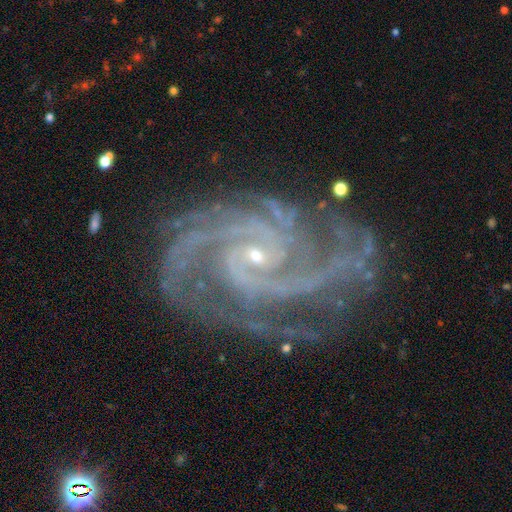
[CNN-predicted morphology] Smooth or featured? featured or disk (93%)
Edge-on disk? no (98%)
Bar? no (57%)
Spiral arms? yes (99%)
Spiral winding? tight (55%)
Spiral arm count? 2 (32%)
Bulge size? small (85%)
Merging? none (71%)